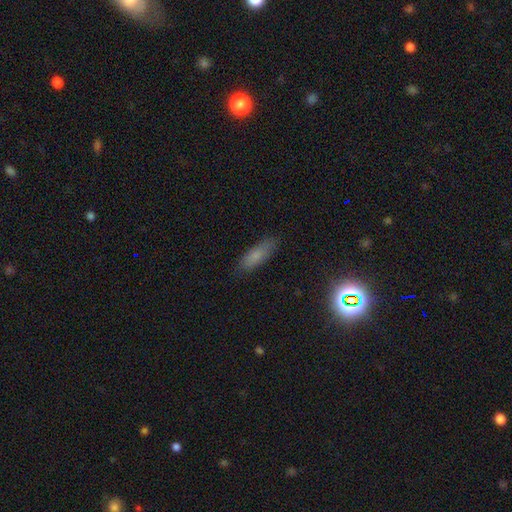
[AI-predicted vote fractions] Smooth or featured? Predicted: smooth (p=0.75). How rounded? Predicted: in between (p=0.52). Merging? Predicted: none (p=0.83).